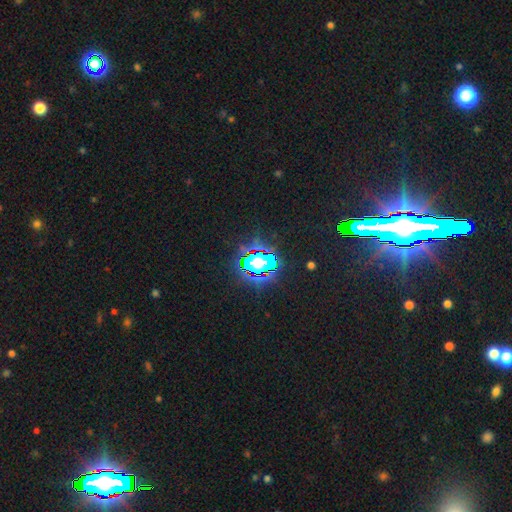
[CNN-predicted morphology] This is clearly a star or artifact rather than a galaxy (84%).